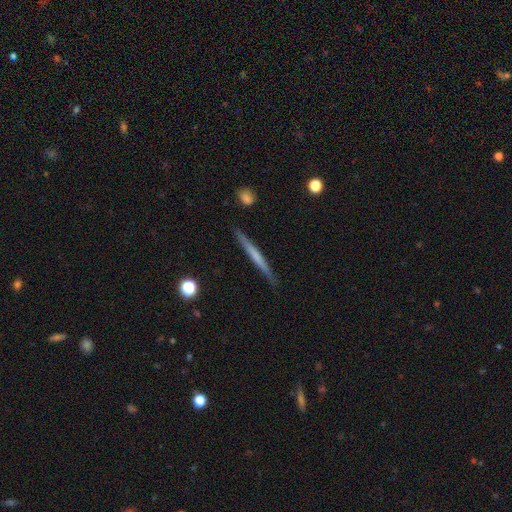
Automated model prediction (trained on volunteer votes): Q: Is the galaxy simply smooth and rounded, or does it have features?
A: featured or disk — 48%.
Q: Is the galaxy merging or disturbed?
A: none — 90%.